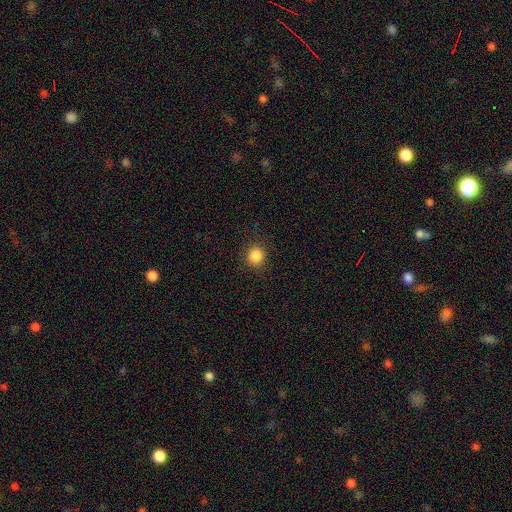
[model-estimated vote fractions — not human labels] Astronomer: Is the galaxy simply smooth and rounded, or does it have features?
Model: smooth — 86%.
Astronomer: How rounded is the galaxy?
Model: round — 89%.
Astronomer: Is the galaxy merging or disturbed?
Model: none — 90%.